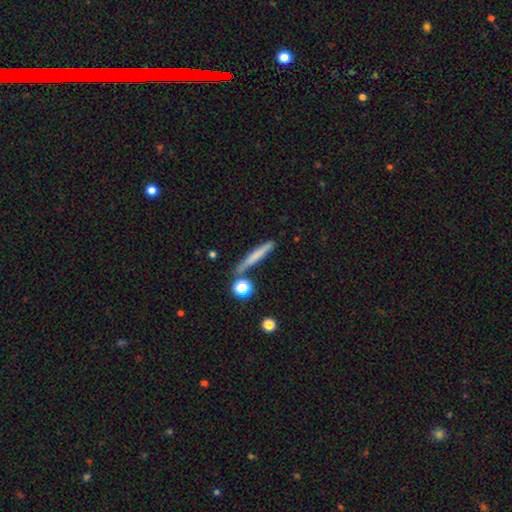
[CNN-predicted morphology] Overall: smooth (66%; featured or disk 26%). How rounded: cigar-shaped (91%). Merging: none (75%).